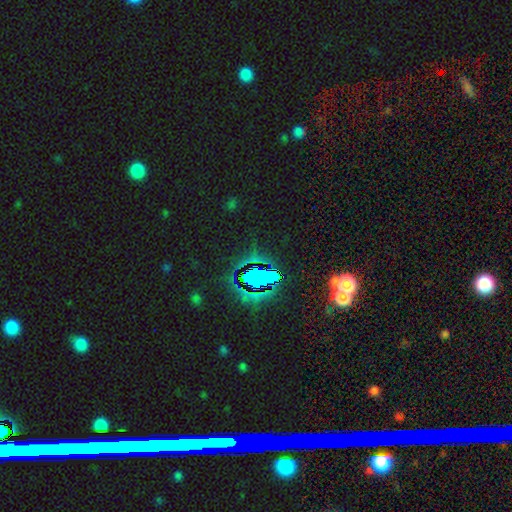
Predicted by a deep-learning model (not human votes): Q: Smooth or featured?
A: star or artifact (77%); runner-up: featured or disk (12%)